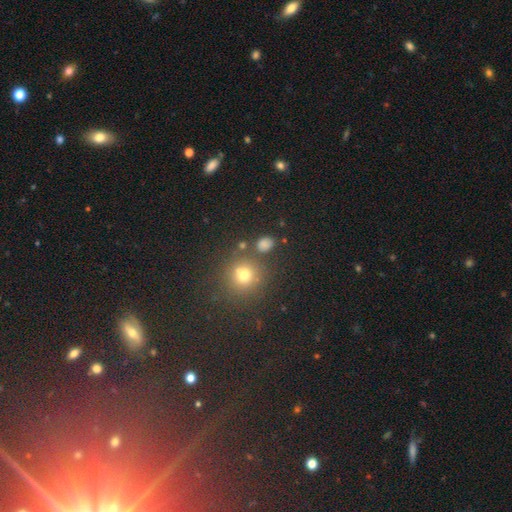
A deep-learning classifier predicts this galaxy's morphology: Smooth or featured: star or artifact — 50% (smooth — 42%)